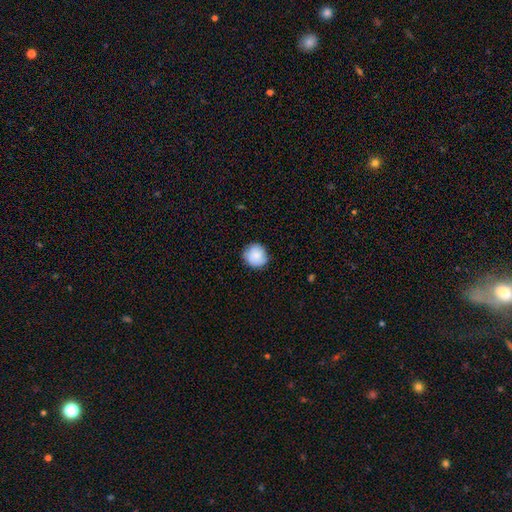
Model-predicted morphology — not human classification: Q: Smooth or featured?
A: smooth (84%); runner-up: featured or disk (9%)
Q: How rounded?
A: round (90%); runner-up: in between (9%)
Q: Merging?
A: none (83%); runner-up: minor disturbance (14%)